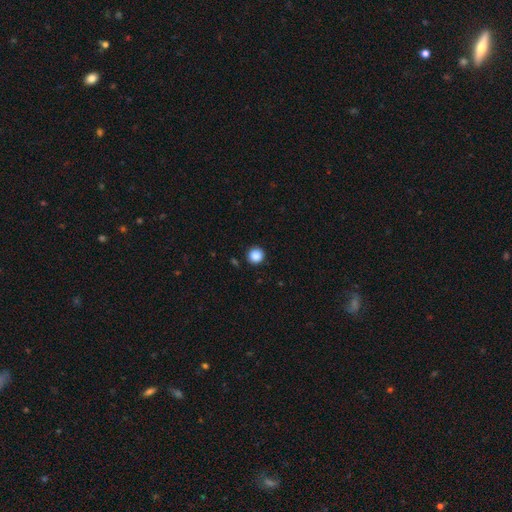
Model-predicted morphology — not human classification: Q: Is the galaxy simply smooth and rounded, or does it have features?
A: smooth — 88%.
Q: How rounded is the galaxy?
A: round — 95%.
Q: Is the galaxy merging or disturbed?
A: none — 92%.